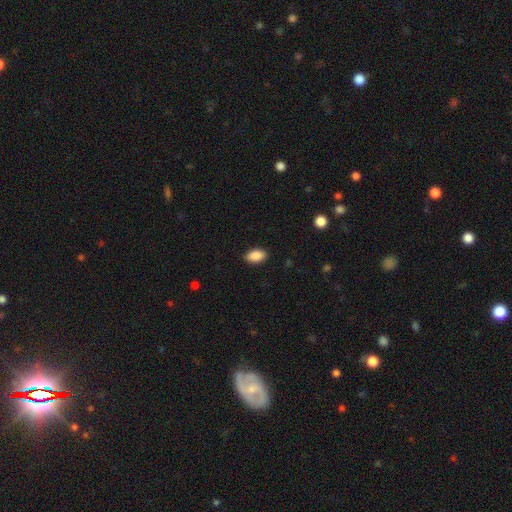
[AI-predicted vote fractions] The model was most divided on "merging": none: 88%, minor disturbance: 9%, major disturbance: 2%, merger: 1%. More confident: how rounded — in between (93%); smooth or featured — smooth (89%).